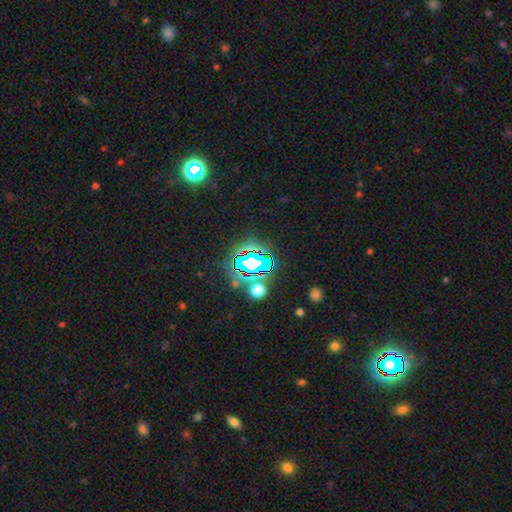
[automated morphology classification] Overall: star or artifact (78%).